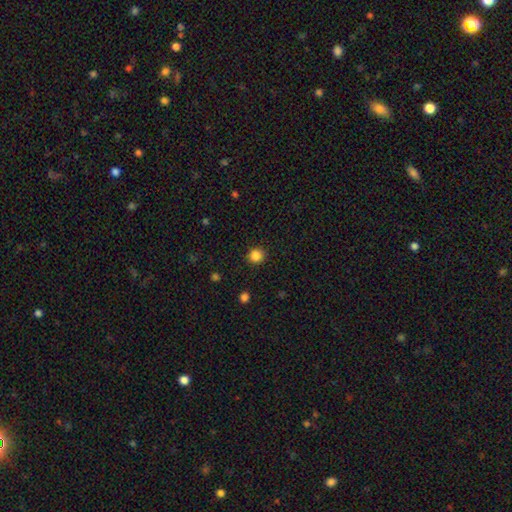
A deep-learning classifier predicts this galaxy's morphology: Smooth or featured? Predicted: smooth (p=0.85). How rounded? Predicted: round (p=0.92). Merging? Predicted: none (p=0.91).